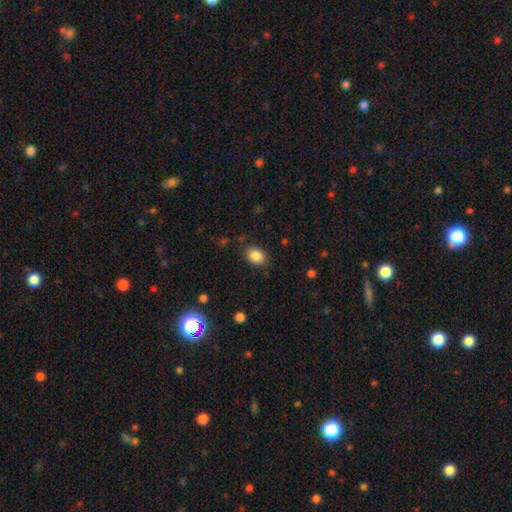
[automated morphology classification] smooth 86%, star or artifact 9%, featured or disk 5%. Down the decision tree: how rounded — in between (59%); merging — none (81%).